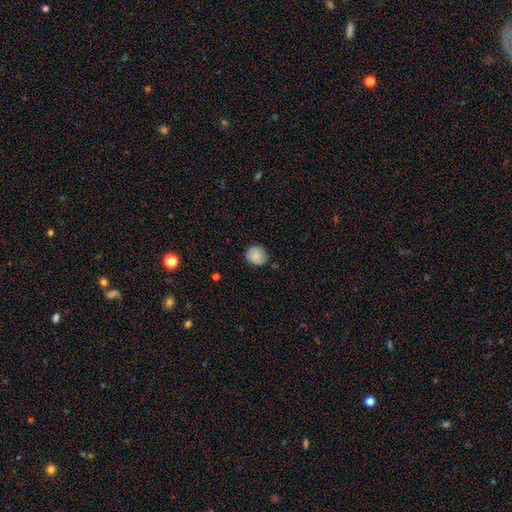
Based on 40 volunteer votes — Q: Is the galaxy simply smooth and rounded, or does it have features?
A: smooth — 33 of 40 (82%).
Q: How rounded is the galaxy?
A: round — 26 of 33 (79%).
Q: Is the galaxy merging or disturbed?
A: none — 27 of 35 (77%).